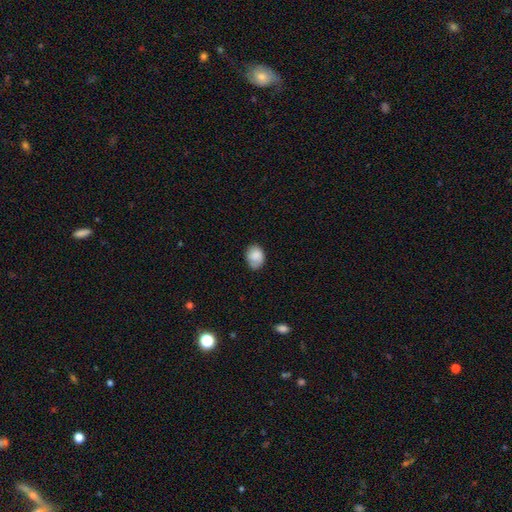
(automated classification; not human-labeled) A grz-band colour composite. It shows a smooth galaxy with no disk features (85%) that is in between round and cigar-shaped (63%). Merging: none (68%).